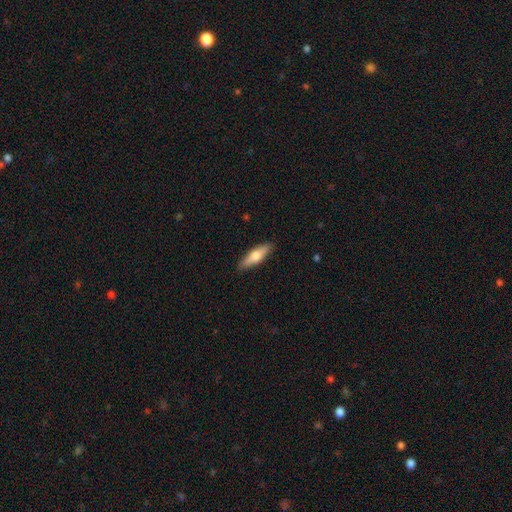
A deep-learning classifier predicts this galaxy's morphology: The model was most divided on "how rounded": cigar-shaped: 61%, in between: 37%, round: 2%. More confident: merging — none (89%); smooth or featured — smooth (61%).